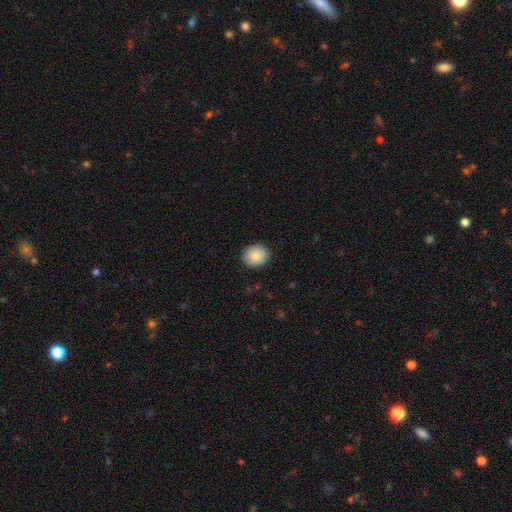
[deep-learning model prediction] Smooth or featured? Predicted: smooth (p=0.86). How rounded? Predicted: round (p=0.78). Merging? Predicted: none (p=0.89).